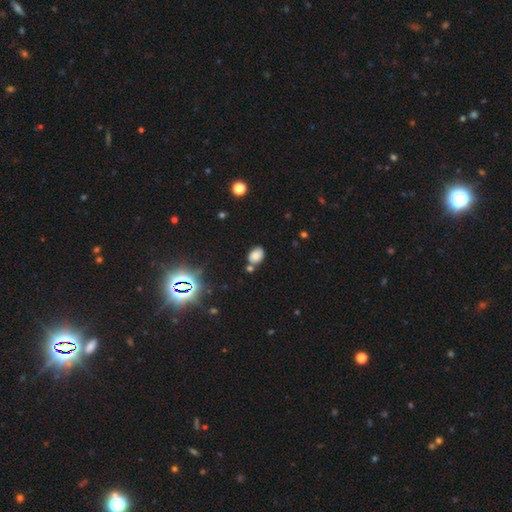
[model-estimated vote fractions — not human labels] smooth-or-featured: smooth: 72% | star or artifact: 16% | featured or disk: 12%
  how-rounded: in between: 74% | round: 24% | cigar-shaped: 1%
  merging: none: 69% | minor disturbance: 15% | merger: 13% | major disturbance: 4%